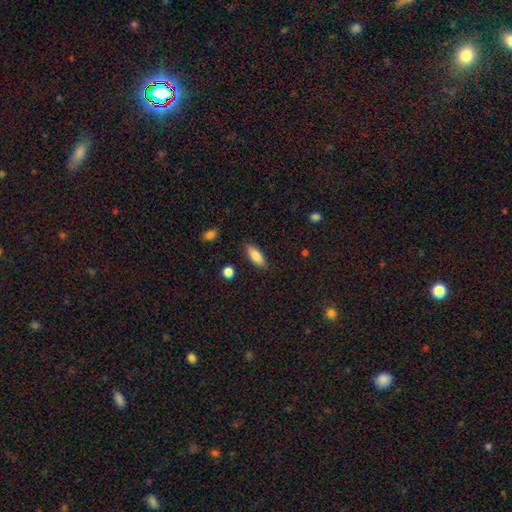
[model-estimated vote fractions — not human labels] A smooth galaxy with no disk features (82%) that is in between round and cigar-shaped (72%).

Vote fractions:
- Smooth or featured? smooth: 82% / featured or disk: 11% / star or artifact: 7%
- How rounded? in between: 72% / cigar-shaped: 26% / round: 2%
- Merging? none: 86% / minor disturbance: 10% / major disturbance: 2% / merger: 2%